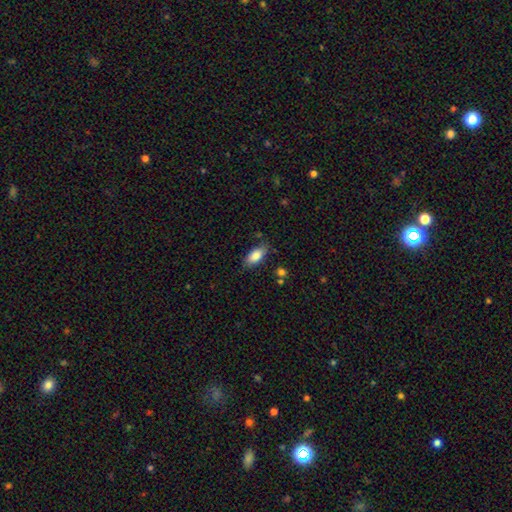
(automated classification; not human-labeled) The model was most divided on "merging": none: 78%, minor disturbance: 16%, major disturbance: 3%, merger: 2%. More confident: how rounded — in between (88%); smooth or featured — smooth (85%).